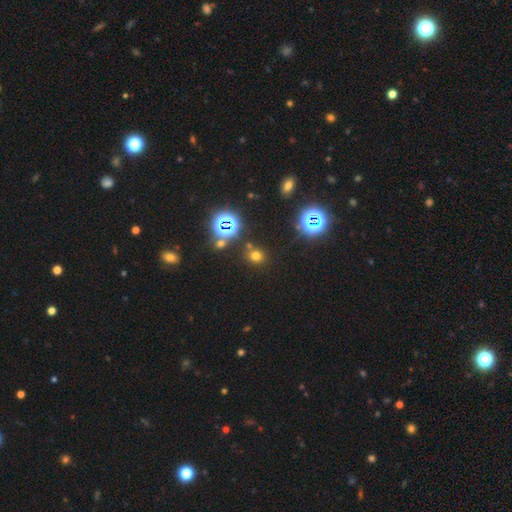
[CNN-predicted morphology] Smooth or featured?
  - smooth: 59% *
  - star or artifact: 34%
  - featured or disk: 7%
How rounded?
  - round: 84% *
  - in between: 15%
  - cigar-shaped: 1%
Merging?
  - none: 79% *
  - merger: 9%
  - minor disturbance: 8%
  - major disturbance: 3%